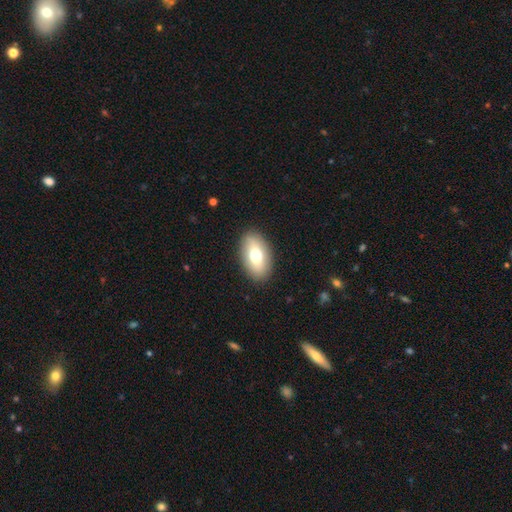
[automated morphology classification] Smooth or featured? Predicted: smooth (p=0.71). How rounded? Predicted: in between (p=0.91). Merging? Predicted: none (p=0.89).